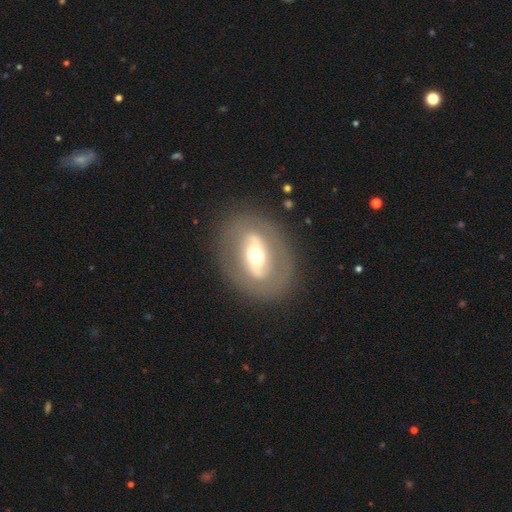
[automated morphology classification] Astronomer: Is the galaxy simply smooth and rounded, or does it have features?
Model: featured or disk — 62%.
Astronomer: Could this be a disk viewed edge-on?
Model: no — 90%.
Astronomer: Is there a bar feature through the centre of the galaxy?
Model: strong — 40% (runner-up: no, 34%).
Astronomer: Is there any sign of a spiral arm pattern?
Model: no — 77%.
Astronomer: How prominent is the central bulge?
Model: moderate — 59%.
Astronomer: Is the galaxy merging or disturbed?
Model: none — 81%.